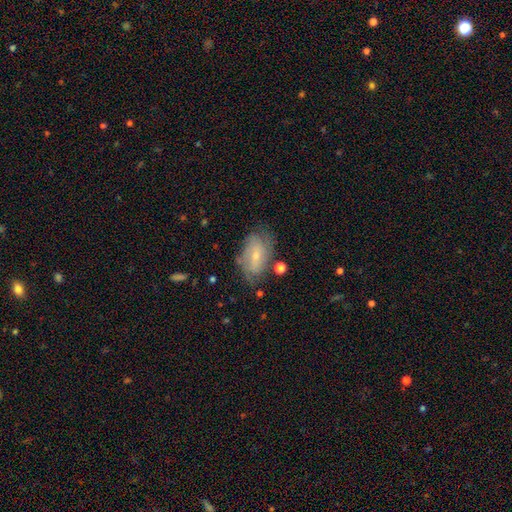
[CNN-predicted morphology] Overall: featured or disk (54%; smooth 38%). Edge-on disk: no (94%). Bar: no (52%; weak 37%). Spiral arms: yes (75%). Bulge size: small (70%). Merging: none (63%; minor disturbance 24%).